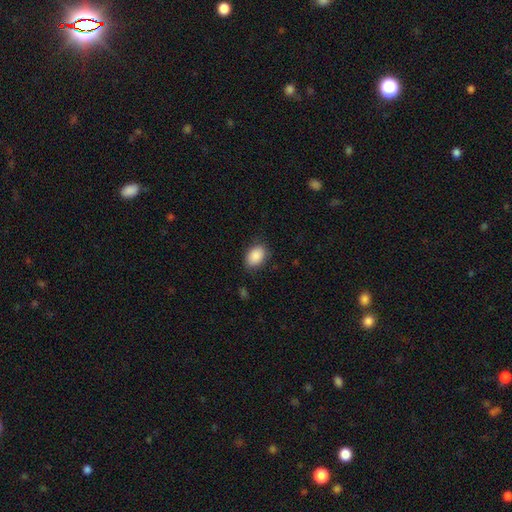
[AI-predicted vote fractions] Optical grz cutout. It shows a smooth galaxy with no disk features (89%) that is in between round and cigar-shaped (84%). Merging: none (82%).